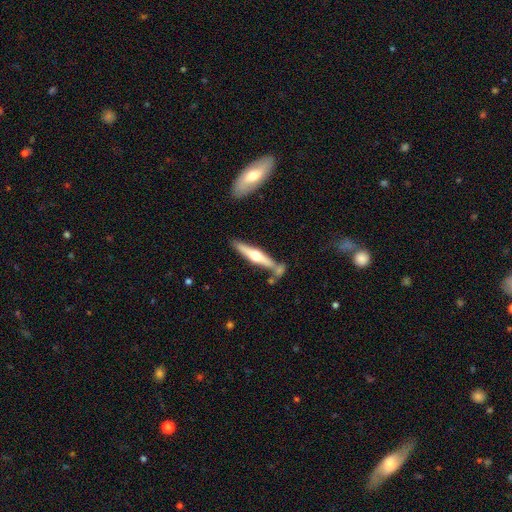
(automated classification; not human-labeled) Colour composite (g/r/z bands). It shows a featured or disk galaxy (63%) viewed edge-on (95%) with a rounded central bulge (93%). Merging: none (68%).